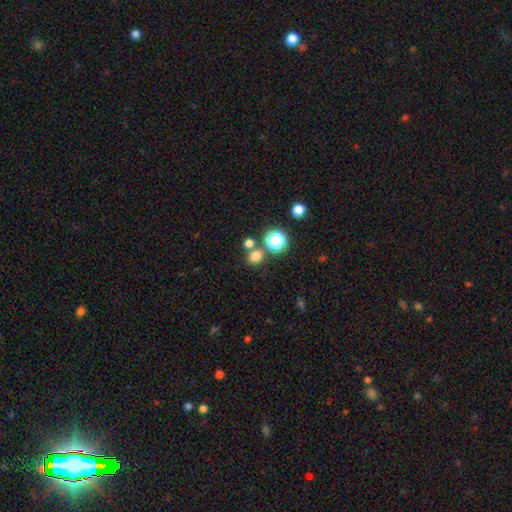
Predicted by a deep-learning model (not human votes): Q: Smooth or featured?
A: smooth (74%); runner-up: star or artifact (20%)
Q: How rounded?
A: round (62%); runner-up: in between (37%)
Q: Merging?
A: none (66%); runner-up: merger (21%)